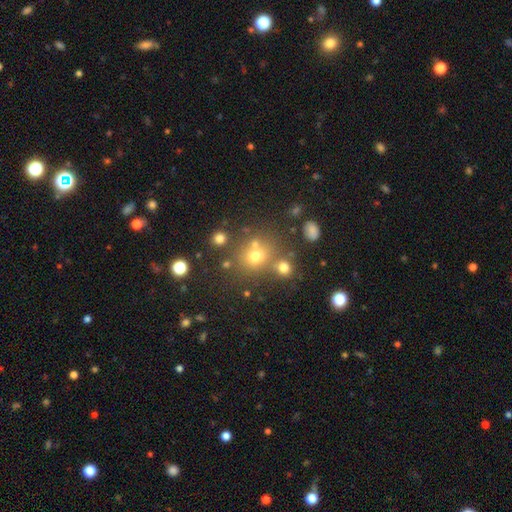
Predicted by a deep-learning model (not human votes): Q: Smooth or featured?
A: smooth (63%); runner-up: star or artifact (24%)
Q: How rounded?
A: round (80%); runner-up: in between (19%)
Q: Merging?
A: none (62%); runner-up: merger (22%)